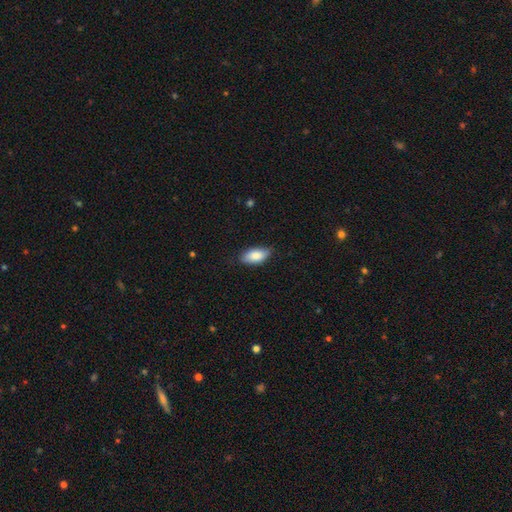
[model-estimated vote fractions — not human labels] Smooth or featured?
  - smooth: 84% *
  - featured or disk: 9%
  - star or artifact: 6%
How rounded?
  - in between: 91% *
  - cigar-shaped: 6%
  - round: 3%
Merging?
  - none: 79% *
  - minor disturbance: 17%
  - major disturbance: 3%
  - merger: 1%